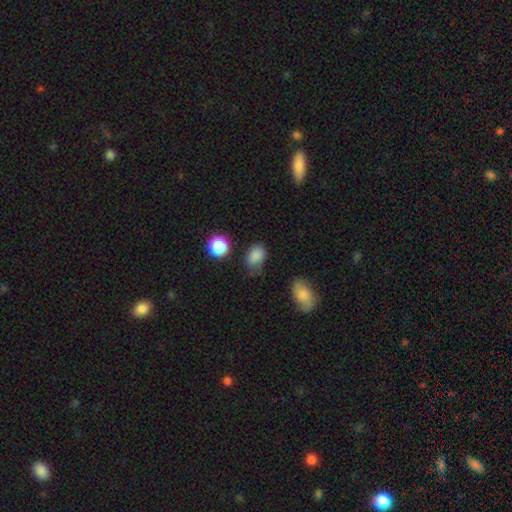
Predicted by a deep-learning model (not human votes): Smooth or featured? smooth (85%)
How rounded? in between (73%)
Merging? none (66%)